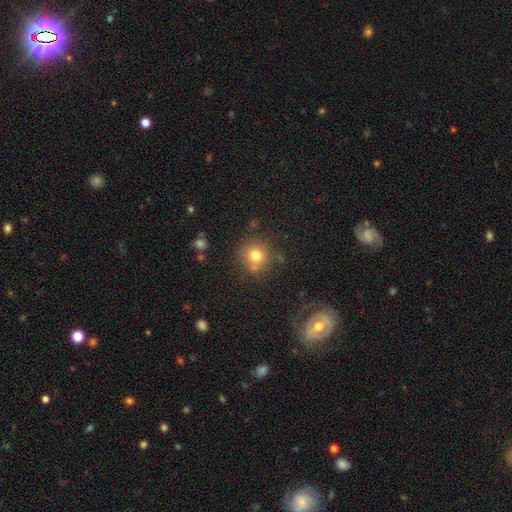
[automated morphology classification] This appears to be a smooth galaxy with no disk features (76%) that is round (91%). Merging: none (73%).